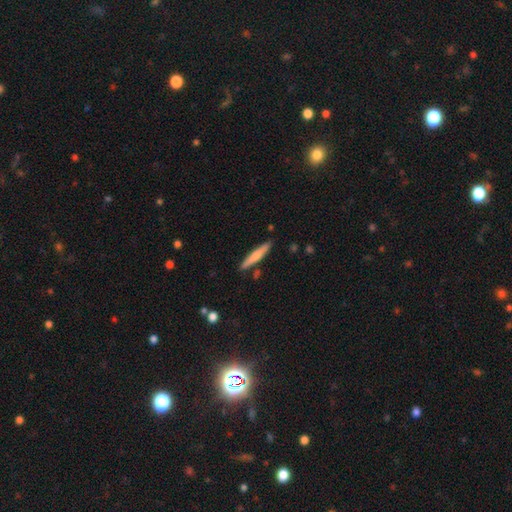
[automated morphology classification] Smooth or featured: smooth — 62% (featured or disk — 33%)
How rounded: cigar-shaped — 92% (in between — 7%)
Merging: none — 85% (minor disturbance — 9%)